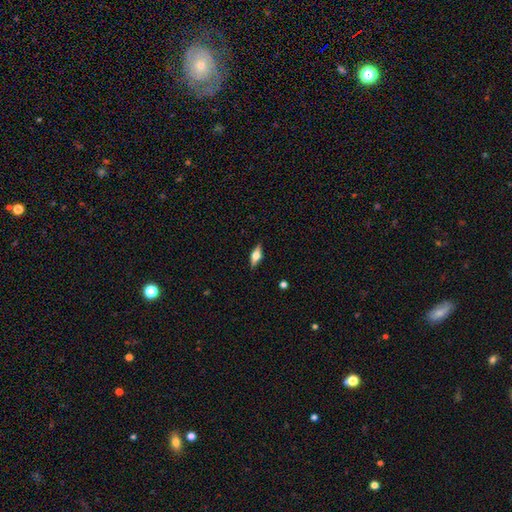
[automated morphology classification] The model was most divided on "smooth or featured": featured or disk: 49%, smooth: 43%, star or artifact: 8%. More confident: merging — none (87%).